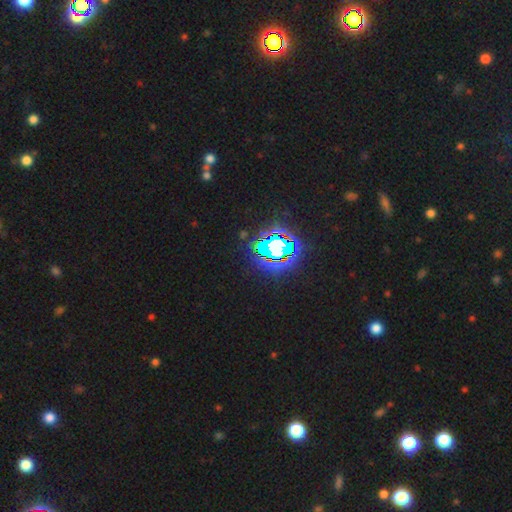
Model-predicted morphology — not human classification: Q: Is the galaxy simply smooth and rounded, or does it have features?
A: star or artifact — 82%.